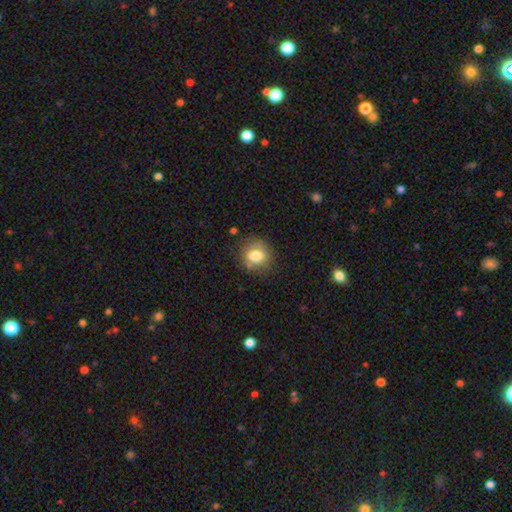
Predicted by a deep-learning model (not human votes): This is likely a smooth galaxy (80%). How rounded: likely round (73%). Merging: likely none (80%).